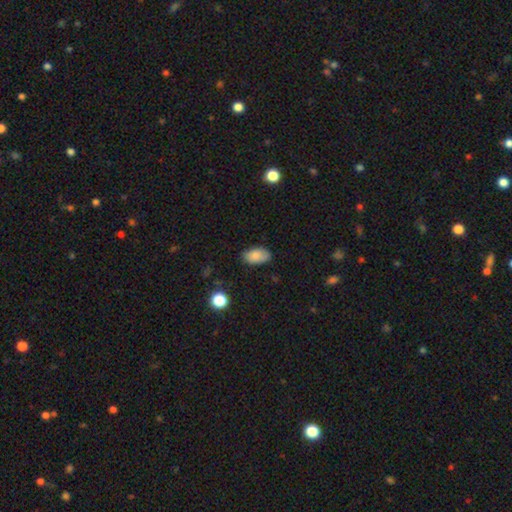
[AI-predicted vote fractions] Smooth or featured?
  - smooth: 85% *
  - star or artifact: 8%
  - featured or disk: 7%
How rounded?
  - in between: 93% *
  - round: 6%
  - cigar-shaped: 2%
Merging?
  - none: 80% *
  - minor disturbance: 16%
  - major disturbance: 3%
  - merger: 1%